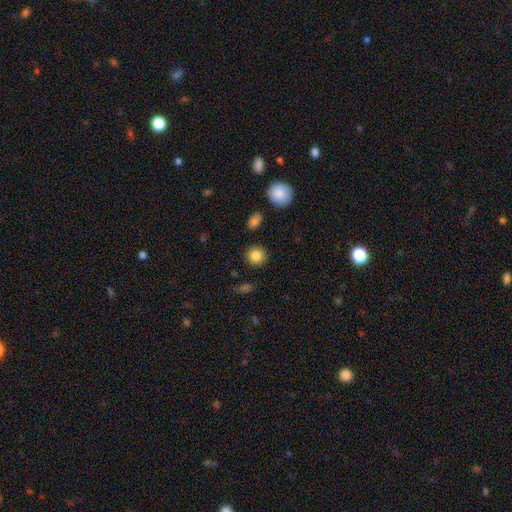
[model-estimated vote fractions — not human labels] smooth 85%, star or artifact 9%, featured or disk 6%. Down the decision tree: how rounded — round (88%); merging — none (89%).